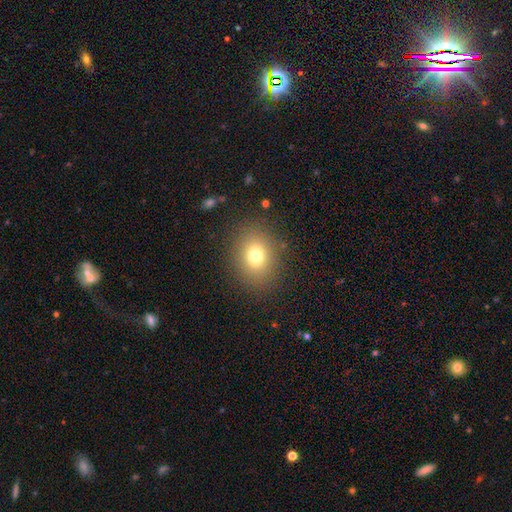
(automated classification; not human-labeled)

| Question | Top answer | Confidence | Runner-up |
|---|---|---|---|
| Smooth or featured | smooth | 75% | star or artifact (14%) |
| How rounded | round | 54% | in between (45%) |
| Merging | none | 86% | minor disturbance (8%) |